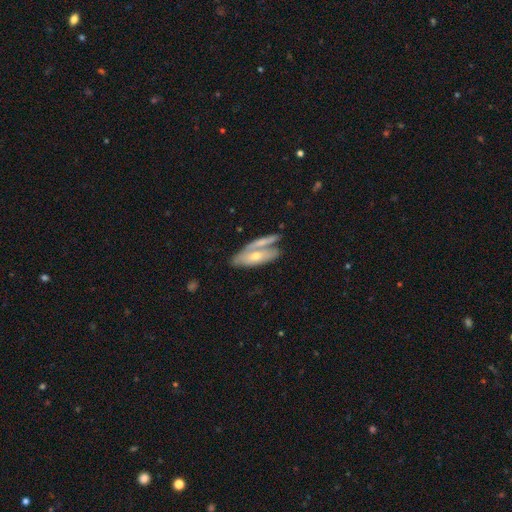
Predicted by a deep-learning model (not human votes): A smooth galaxy with no disk features (50%).

Vote fractions:
- Smooth or featured? smooth: 50% / featured or disk: 45% / star or artifact: 6%
- Merging? merger: 42% / none: 38% / minor disturbance: 13% / major disturbance: 6%